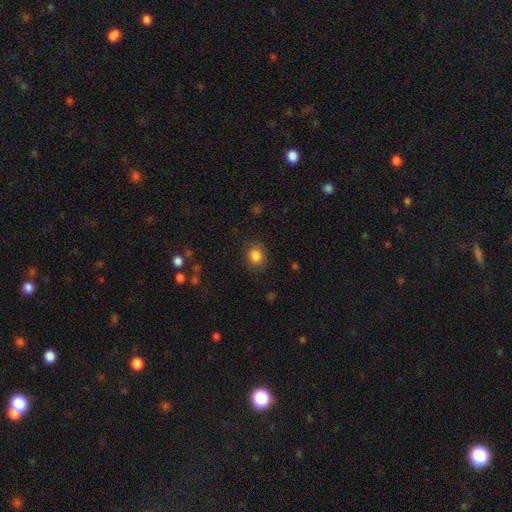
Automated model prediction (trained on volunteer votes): A smooth galaxy with no disk features (85%) that is round (74%).

Vote fractions:
- Smooth or featured? smooth: 85% / star or artifact: 10% / featured or disk: 5%
- How rounded? round: 74% / in between: 25% / cigar-shaped: 1%
- Merging? none: 84% / minor disturbance: 11% / major disturbance: 4% / merger: 1%